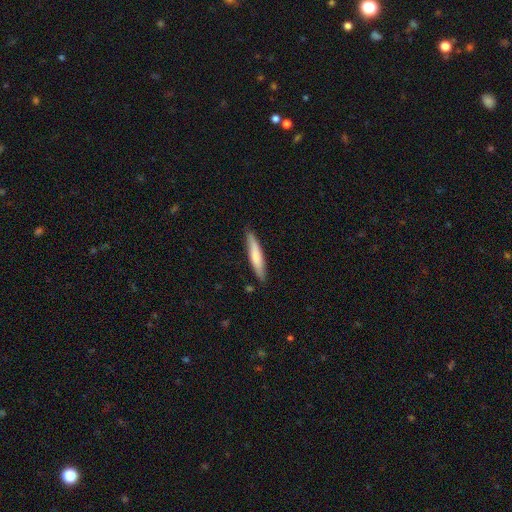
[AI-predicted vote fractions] This appears to be a smooth galaxy with no disk features (72%) that is cigar-shaped (89%). Merging: none (86%).